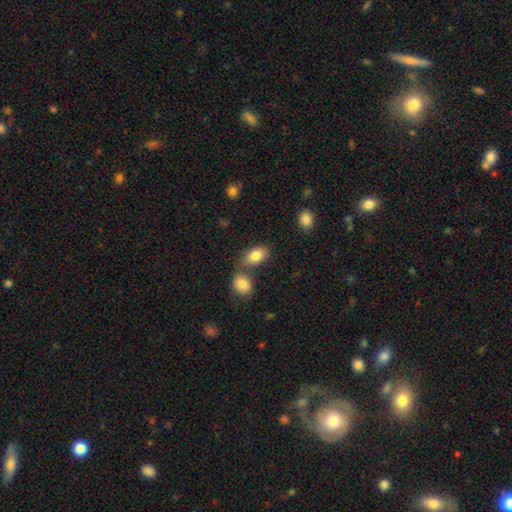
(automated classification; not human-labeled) smooth-or-featured: smooth: 83% | featured or disk: 9% | star or artifact: 8%
  how-rounded: in between: 89% | round: 9% | cigar-shaped: 2%
  merging: none: 58% | merger: 27% | minor disturbance: 11% | major disturbance: 3%